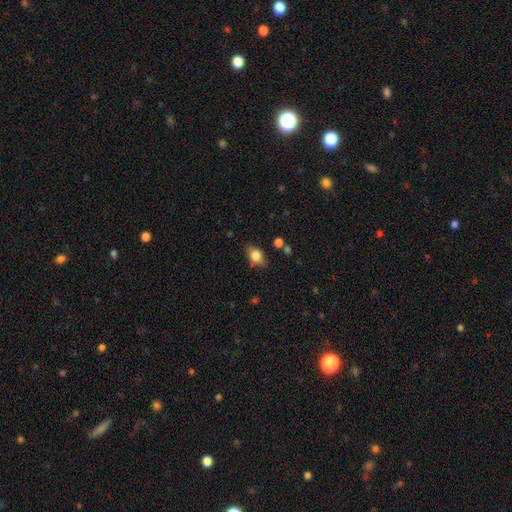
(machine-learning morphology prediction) Q: Smooth or featured?
A: smooth (79%); runner-up: featured or disk (13%)
Q: How rounded?
A: in between (79%); runner-up: round (18%)
Q: Merging?
A: none (75%); runner-up: minor disturbance (18%)